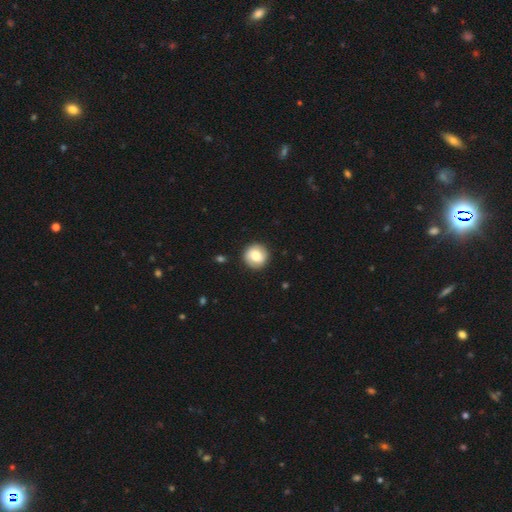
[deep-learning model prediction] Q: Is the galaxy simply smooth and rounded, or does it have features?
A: smooth — 75%.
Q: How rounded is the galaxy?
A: round — 91%.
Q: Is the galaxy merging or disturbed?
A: none — 87%.